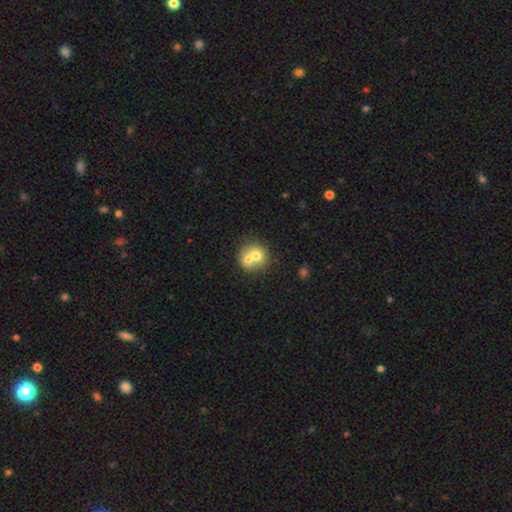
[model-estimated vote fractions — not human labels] Morphology: type=smooth (67%); roundness=round (84%); merging=merger (58%).